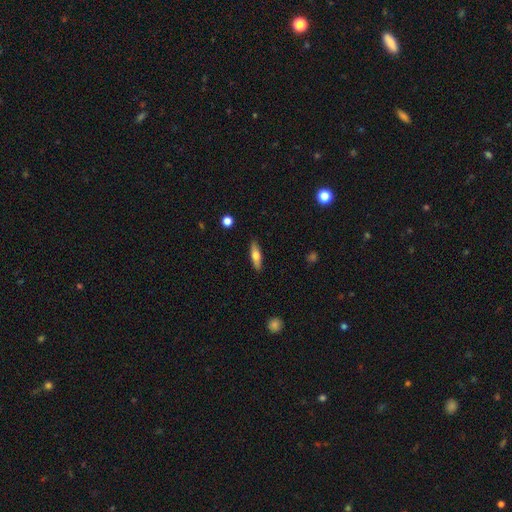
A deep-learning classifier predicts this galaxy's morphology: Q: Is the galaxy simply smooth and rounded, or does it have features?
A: smooth — 59%.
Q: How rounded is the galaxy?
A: cigar-shaped — 56%.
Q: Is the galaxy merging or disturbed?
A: none — 88%.